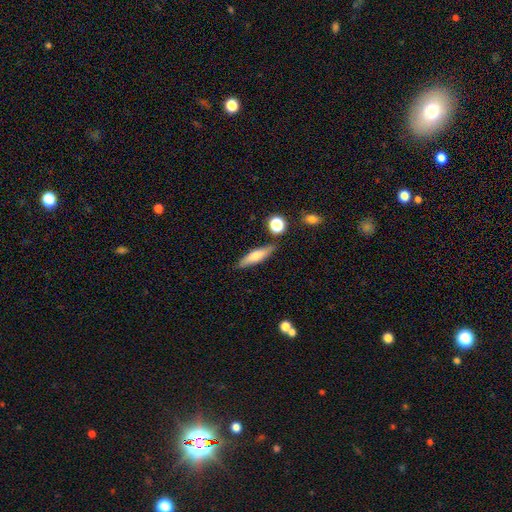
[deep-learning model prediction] Overall: smooth (62%; featured or disk 31%). How rounded: cigar-shaped (69%). Merging: none (81%).